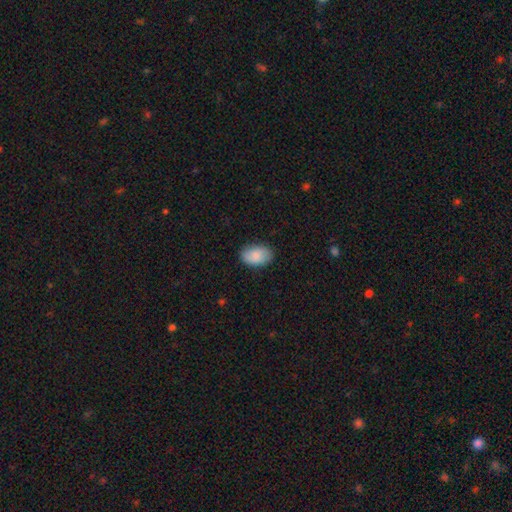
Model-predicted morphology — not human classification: Q: Smooth or featured?
A: smooth (86%); runner-up: featured or disk (8%)
Q: How rounded?
A: in between (91%); runner-up: round (8%)
Q: Merging?
A: none (85%); runner-up: minor disturbance (12%)